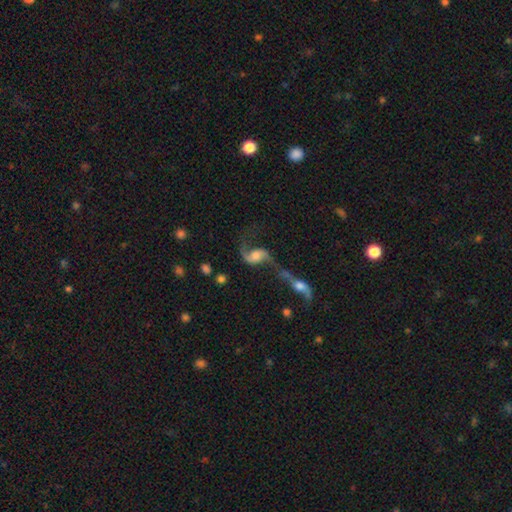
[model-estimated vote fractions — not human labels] The model was most divided on "bar": no: 52%, weak: 37%, strong: 11%. Remaining: edge-on disk — no (96%); spiral arms — yes (94%); spiral arm count — 2 (86%); smooth or featured — featured or disk (80%); spiral winding — loose (79%); merging — merger (52%); bulge size — moderate (44%).